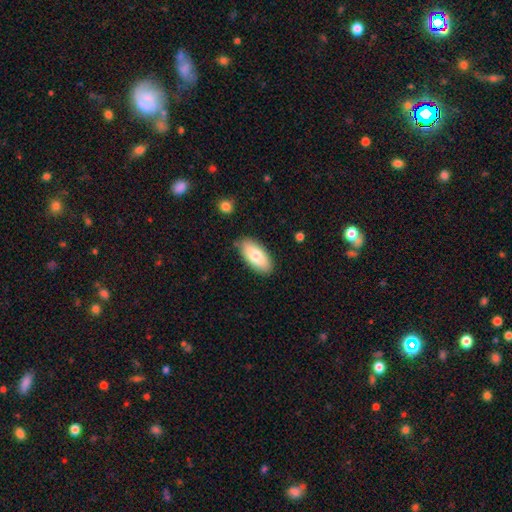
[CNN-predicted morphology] Smooth or featured? smooth (78%)
How rounded? in between (90%)
Merging? none (84%)